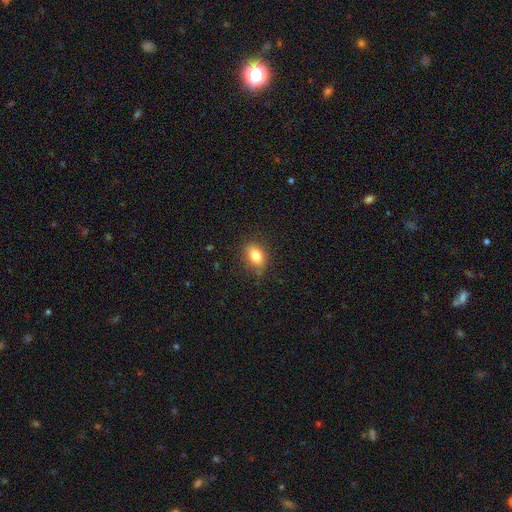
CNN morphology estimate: A smooth galaxy with no disk features (79%) that is in between round and cigar-shaped (76%).

Vote fractions:
- Smooth or featured? smooth: 79% / featured or disk: 12% / star or artifact: 10%
- How rounded? in between: 76% / round: 21% / cigar-shaped: 3%
- Merging? none: 81% / minor disturbance: 14% / major disturbance: 3% / merger: 1%